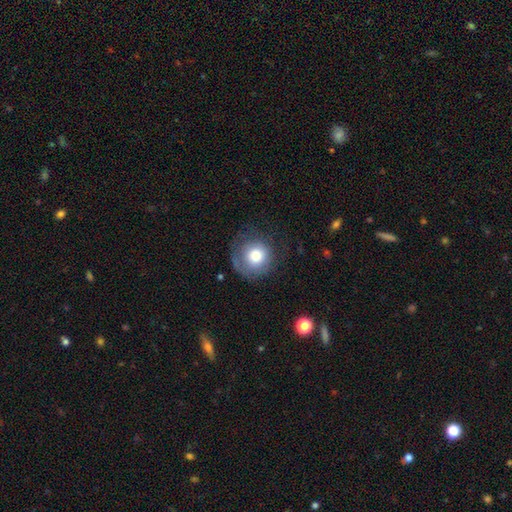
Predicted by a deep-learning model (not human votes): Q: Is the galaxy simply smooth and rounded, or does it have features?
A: smooth — 73%.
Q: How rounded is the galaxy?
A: round — 92%.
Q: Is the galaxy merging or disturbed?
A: none — 64%.